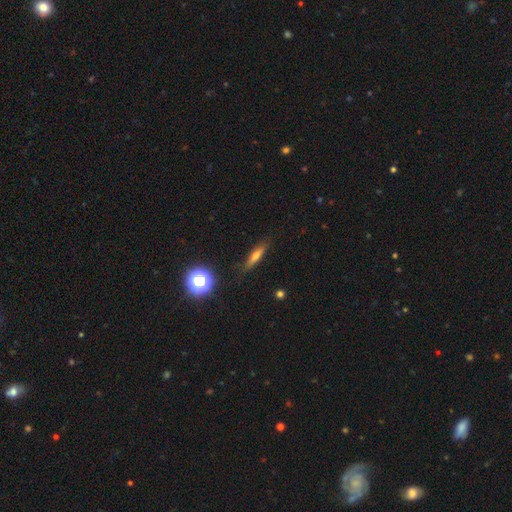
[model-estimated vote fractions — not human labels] Smooth or featured? Predicted: smooth (p=0.54). How rounded? Predicted: cigar-shaped (p=0.79). Merging? Predicted: none (p=0.84).